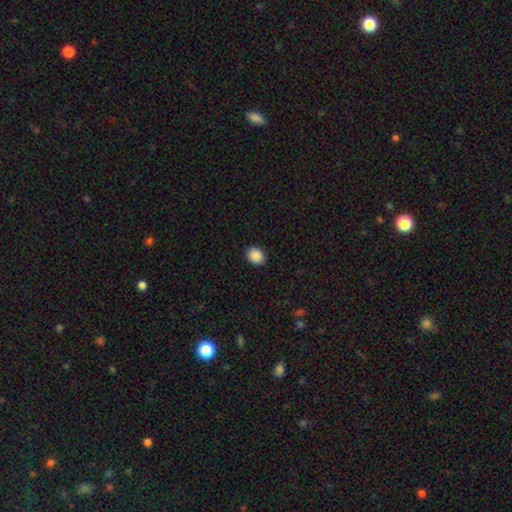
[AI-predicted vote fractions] Smooth or featured? smooth (89%)
How rounded? in between (51%)
Merging? none (90%)